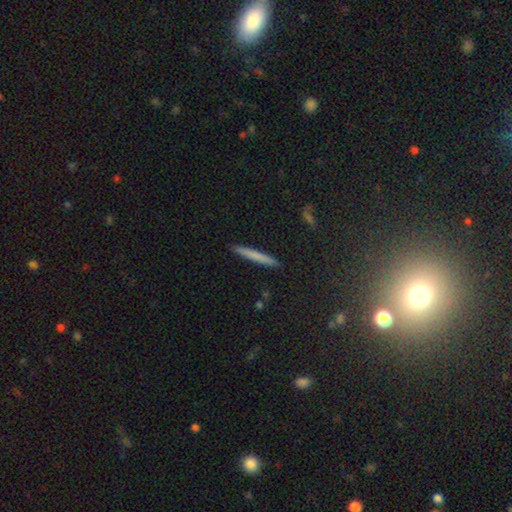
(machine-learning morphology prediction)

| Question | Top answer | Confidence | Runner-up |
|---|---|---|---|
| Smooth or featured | smooth | 71% | featured or disk (22%) |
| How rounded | cigar-shaped | 96% | in between (2%) |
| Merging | none | 91% | minor disturbance (6%) |